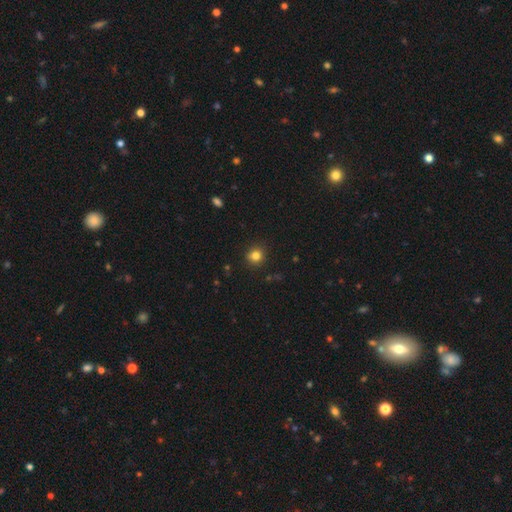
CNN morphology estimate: A smooth galaxy with no disk features (82%) that is round (88%). Merging: none (90%).